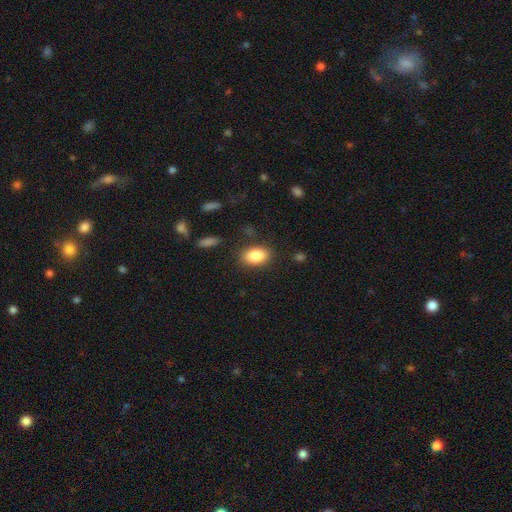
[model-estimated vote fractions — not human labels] A smooth galaxy with no disk features (85%) that is in between round and cigar-shaped (89%). Merging: none (84%).